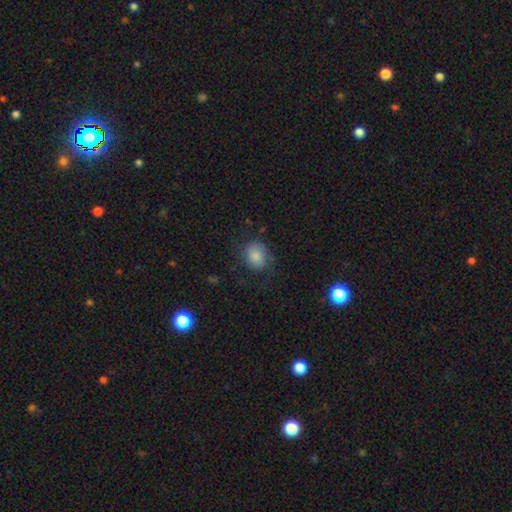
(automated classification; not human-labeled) A smooth galaxy with no disk features (83%) that is round (61%).

Vote fractions:
- Smooth or featured? smooth: 83% / featured or disk: 9% / star or artifact: 9%
- How rounded? round: 61% / in between: 39% / cigar-shaped: 1%
- Merging? none: 68% / minor disturbance: 21% / major disturbance: 9% / merger: 1%